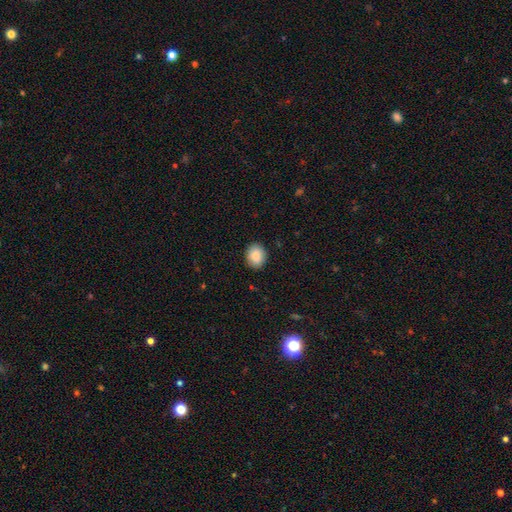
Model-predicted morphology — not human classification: Smooth or featured: smooth — 88% (star or artifact — 7%)
How rounded: round — 62% (in between — 37%)
Merging: none — 90% (minor disturbance — 8%)